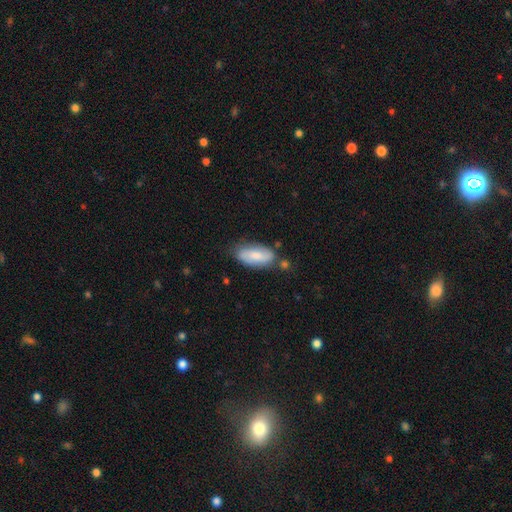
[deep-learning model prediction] smooth_or_featured: smooth (p=0.66) [alt: featured or disk p=0.27]
how_rounded: in between (p=0.86) [alt: cigar-shaped p=0.12]
merging: none (p=0.64) [alt: minor disturbance p=0.23]